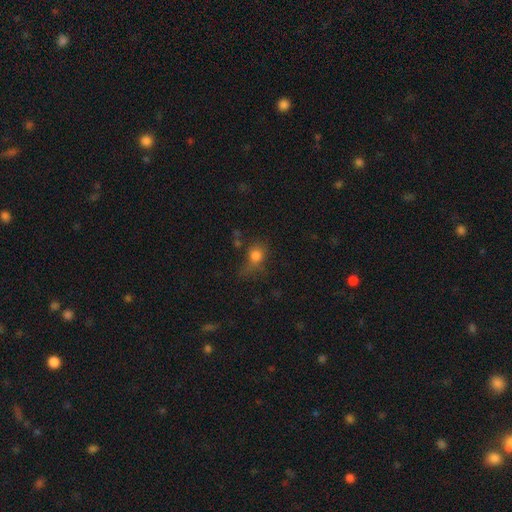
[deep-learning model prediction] smooth 75%, star or artifact 14%, featured or disk 11%. Down the decision tree: how rounded — round (65%); merging — none (47%).